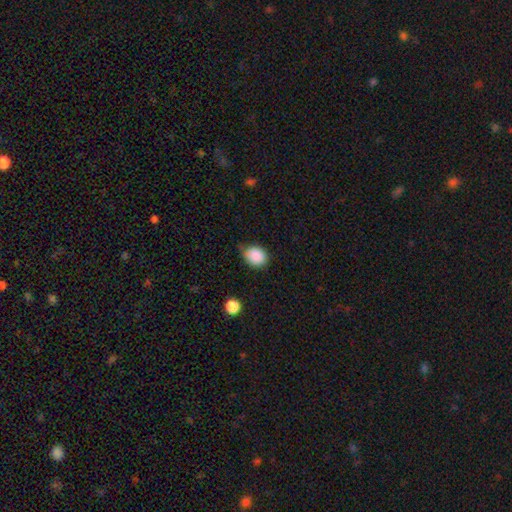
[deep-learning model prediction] A smooth galaxy with no disk features (88%) that is round (52%).

Vote fractions:
- Smooth or featured? smooth: 88% / star or artifact: 8% / featured or disk: 4%
- How rounded? round: 52% / in between: 47% / cigar-shaped: 1%
- Merging? none: 66% / minor disturbance: 27% / major disturbance: 5% / merger: 3%